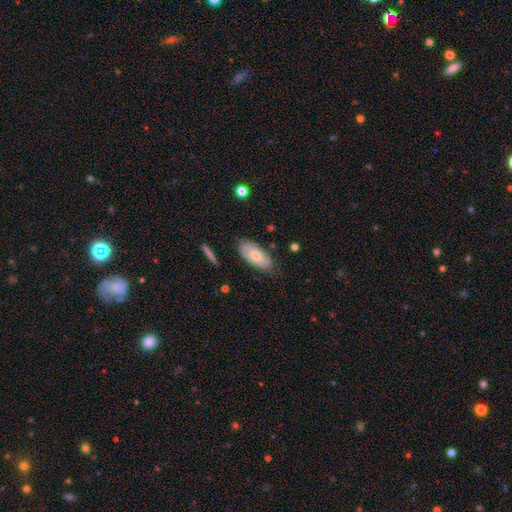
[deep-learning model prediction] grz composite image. It shows a smooth galaxy with no disk features (60%) that is in between round and cigar-shaped (90%). Merging: none (74%).